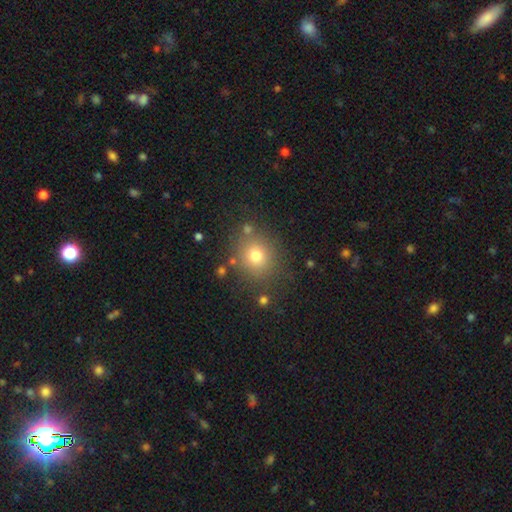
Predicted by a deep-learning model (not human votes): This appears to be a smooth galaxy with no disk features (74%) that is round (81%). Merging: none (81%).